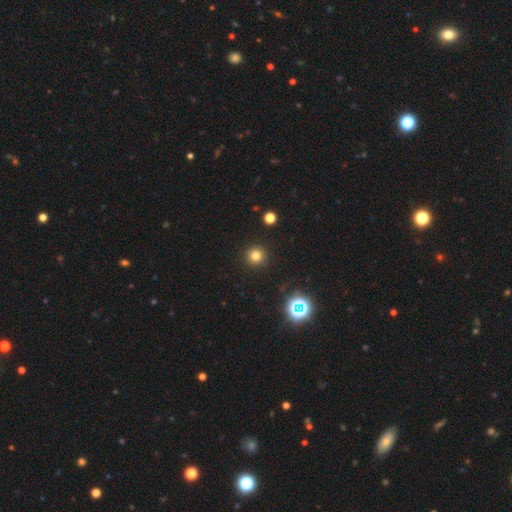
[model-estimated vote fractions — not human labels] This is likely a smooth galaxy (77%). How rounded: clearly round (95%). Merging: clearly none (92%).